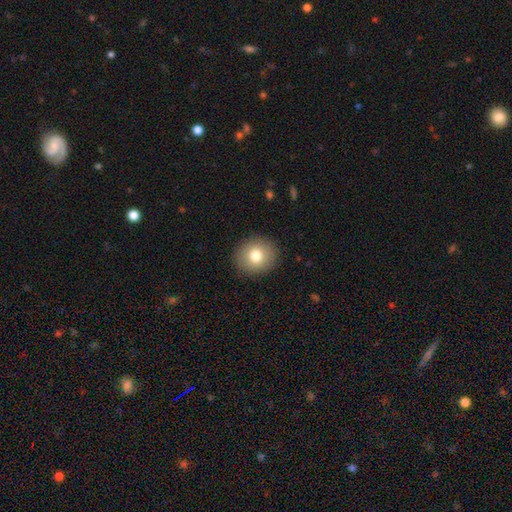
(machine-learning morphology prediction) smooth-or-featured: smooth: 79% | featured or disk: 12% | star or artifact: 9%
  how-rounded: round: 82% | in between: 17% | cigar-shaped: 1%
  merging: none: 91% | minor disturbance: 6% | major disturbance: 2% | merger: 1%